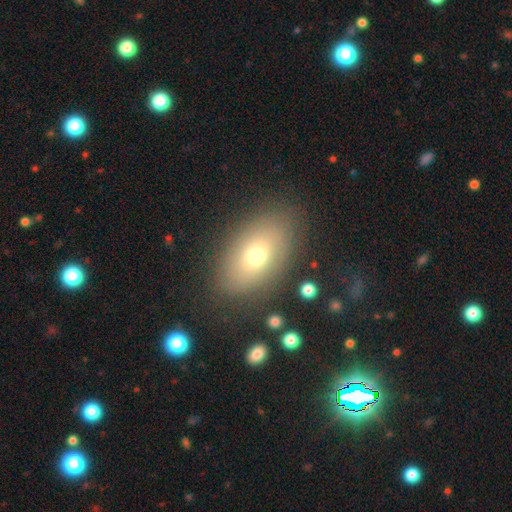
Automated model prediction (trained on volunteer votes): smooth-or-featured: smooth: 68% | featured or disk: 21% | star or artifact: 12%
  how-rounded: in between: 87% | round: 11% | cigar-shaped: 2%
  merging: none: 82% | minor disturbance: 11% | major disturbance: 5% | merger: 2%